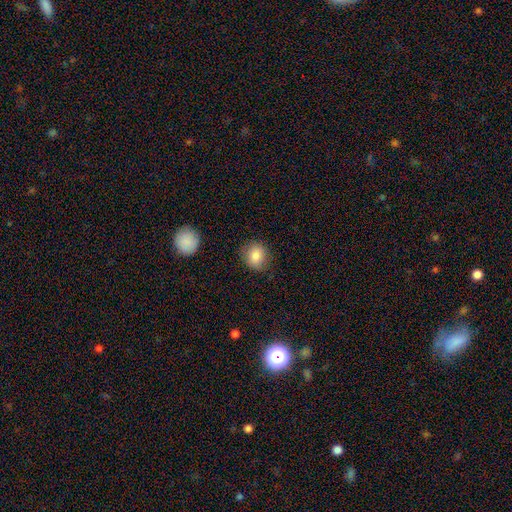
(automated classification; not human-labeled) This appears to be a smooth galaxy with no disk features (84%) that is round (74%). Merging: none (81%).